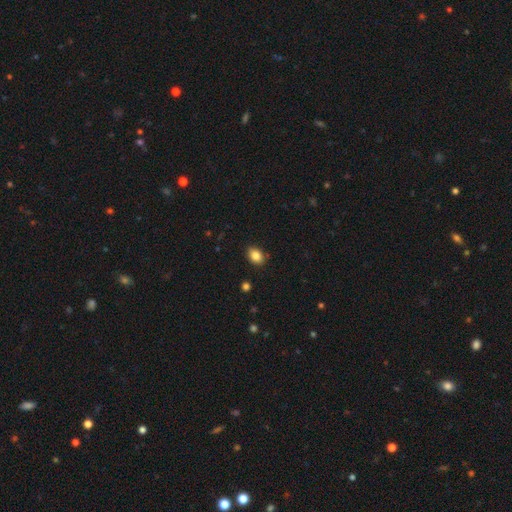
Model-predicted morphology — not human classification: This appears to be a smooth galaxy with no disk features (86%) that is in between round and cigar-shaped (71%). Merging: none (87%).